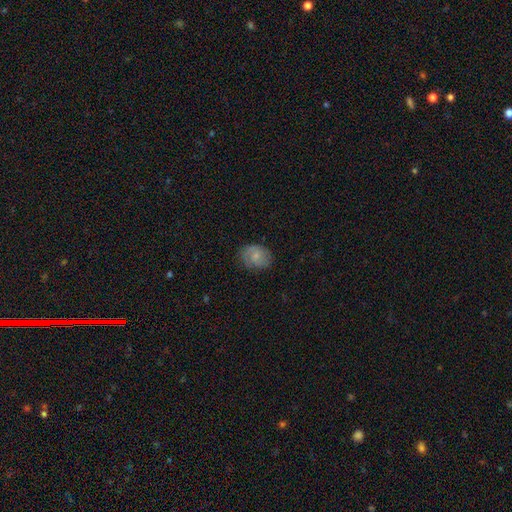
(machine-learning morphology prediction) Smooth or featured? Predicted: smooth (p=0.62). How rounded? Predicted: in between (p=0.53). Merging? Predicted: none (p=0.74).